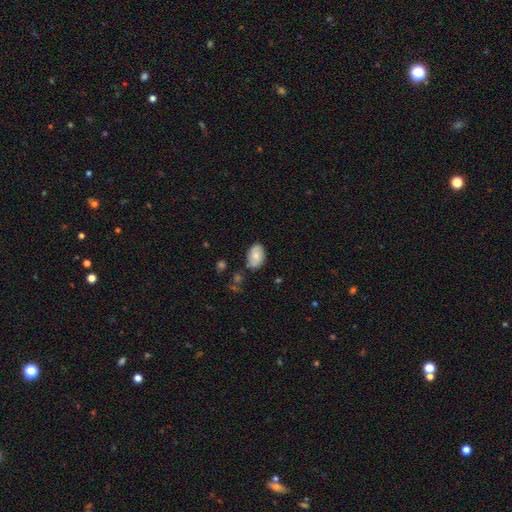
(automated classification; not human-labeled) Smooth or featured: smooth — 74% (featured or disk — 19%)
How rounded: in between — 91% (round — 8%)
Merging: none — 76% (minor disturbance — 17%)